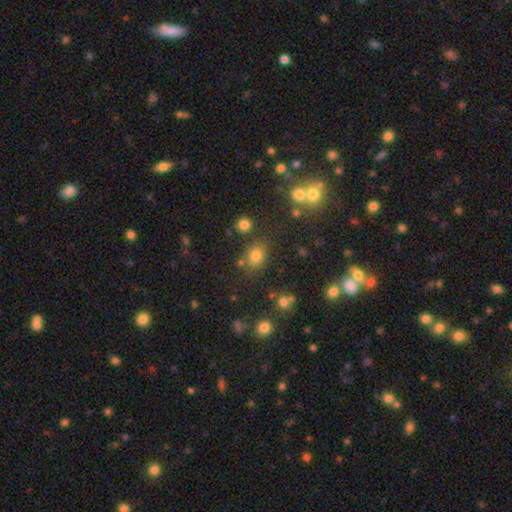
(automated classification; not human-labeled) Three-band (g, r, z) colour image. It shows a smooth galaxy with no disk features (74%) that is round (61%). Merging: none (75%).